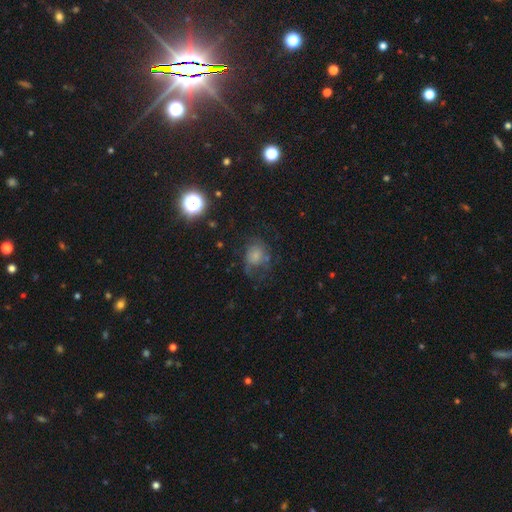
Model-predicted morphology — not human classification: smooth_or_featured: smooth (p=0.53) [alt: featured or disk p=0.32]
how_rounded: round (p=0.61) [alt: in between p=0.38]
merging: none (p=0.42) [alt: major disturbance p=0.31]